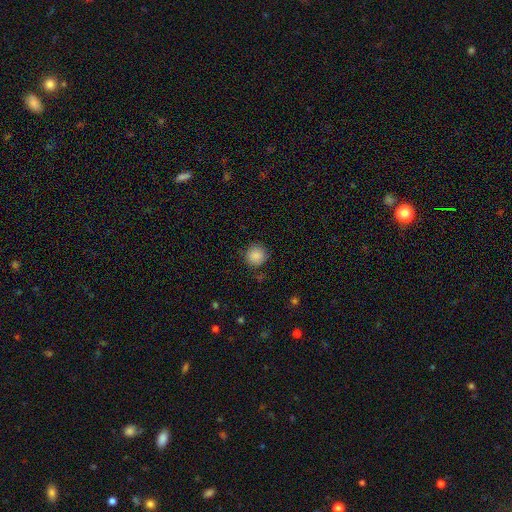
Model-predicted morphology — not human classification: The model was most divided on "merging": none: 87%, minor disturbance: 9%, major disturbance: 3%, merger: 1%. More confident: how rounded — round (93%); smooth or featured — smooth (87%).